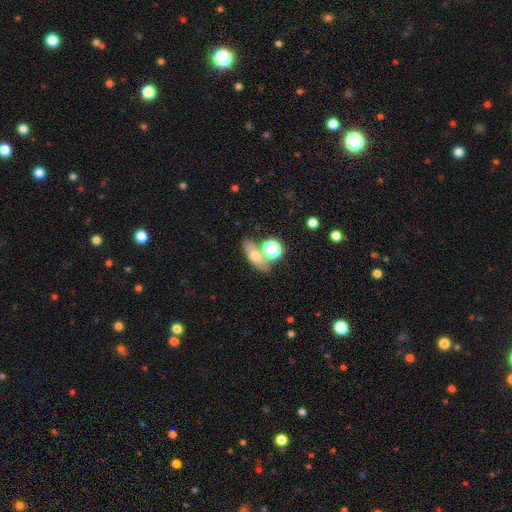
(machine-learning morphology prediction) This appears to be a smooth galaxy with no disk features (59%) that is in between round and cigar-shaped (60%). Merging: none (59%).